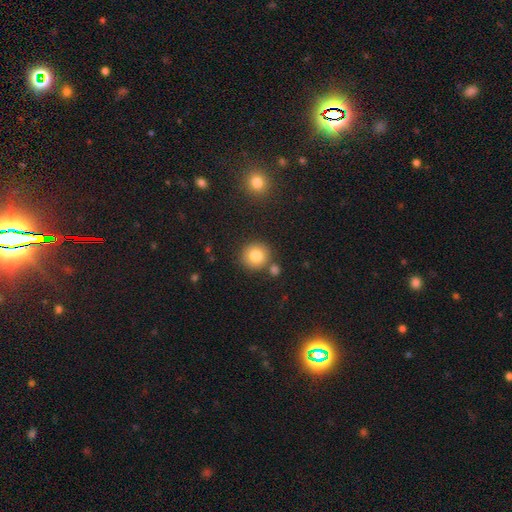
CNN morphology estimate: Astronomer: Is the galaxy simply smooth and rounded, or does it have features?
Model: smooth — 81%.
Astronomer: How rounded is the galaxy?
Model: round — 91%.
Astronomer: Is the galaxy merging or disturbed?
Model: none — 79%.